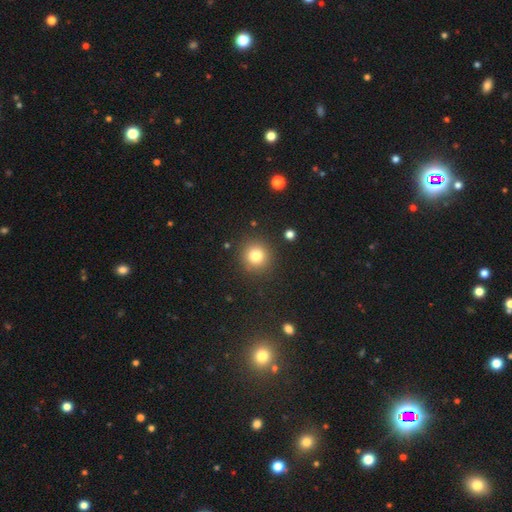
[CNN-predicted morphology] Q: Smooth or featured?
A: smooth (81%); runner-up: star or artifact (13%)
Q: How rounded?
A: round (93%); runner-up: in between (6%)
Q: Merging?
A: none (89%); runner-up: minor disturbance (6%)